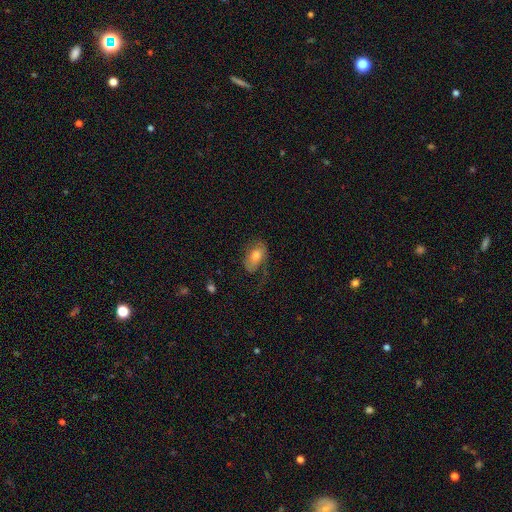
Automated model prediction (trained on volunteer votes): A smooth galaxy with no disk features (56%) that is in between round and cigar-shaped (89%).

Vote fractions:
- Smooth or featured? smooth: 56% / featured or disk: 35% / star or artifact: 9%
- How rounded? in between: 89% / round: 9% / cigar-shaped: 3%
- Merging? none: 48% / major disturbance: 27% / minor disturbance: 23% / merger: 2%